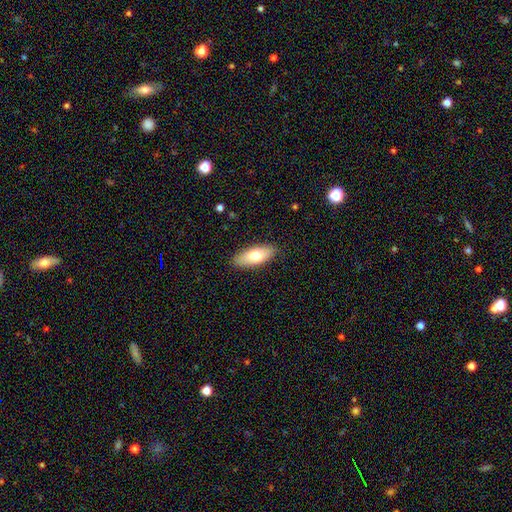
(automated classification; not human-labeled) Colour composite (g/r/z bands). It shows a smooth galaxy with no disk features (74%) that is in between round and cigar-shaped (75%). Merging: none (88%).